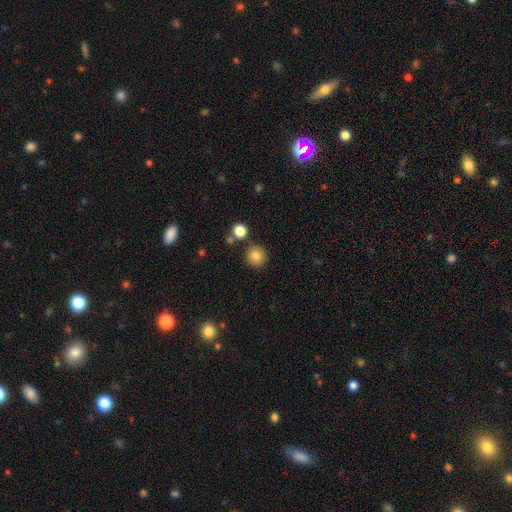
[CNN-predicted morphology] This appears to be a smooth galaxy with no disk features (83%) that is round (94%). Merging: none (86%).